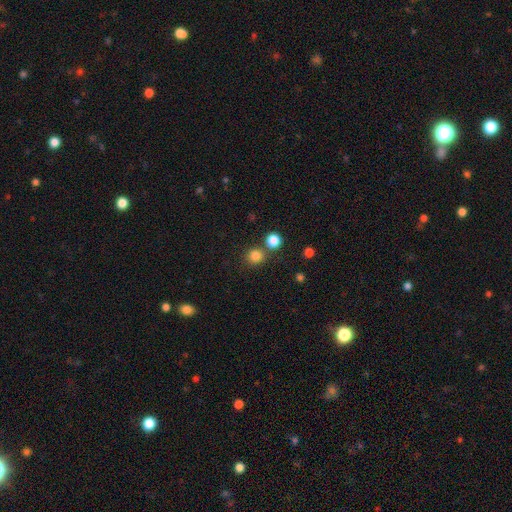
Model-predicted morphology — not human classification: Smooth or featured? smooth (82%)
How rounded? round (90%)
Merging? none (73%)